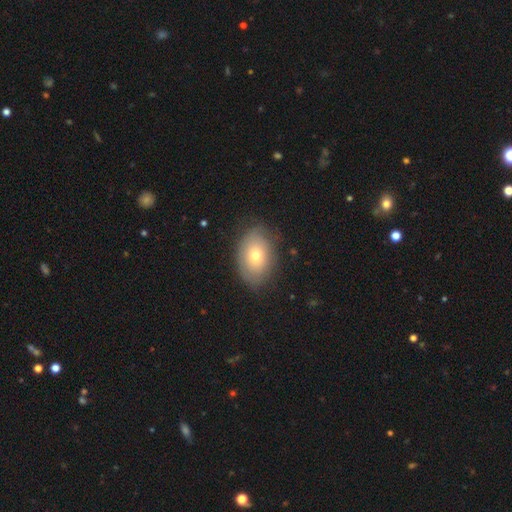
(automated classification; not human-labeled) Smooth or featured?
  - smooth: 67% *
  - featured or disk: 25%
  - star or artifact: 8%
How rounded?
  - in between: 83% *
  - round: 16%
  - cigar-shaped: 1%
Merging?
  - none: 78% *
  - minor disturbance: 16%
  - major disturbance: 4%
  - merger: 1%